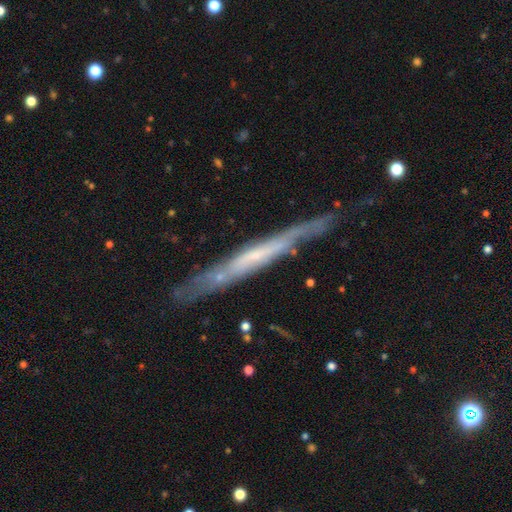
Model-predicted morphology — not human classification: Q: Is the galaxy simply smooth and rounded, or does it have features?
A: featured or disk — 69%.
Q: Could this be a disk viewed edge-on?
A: yes — 87%.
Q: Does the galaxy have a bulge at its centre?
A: none — 77%.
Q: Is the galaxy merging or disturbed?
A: none — 74%.